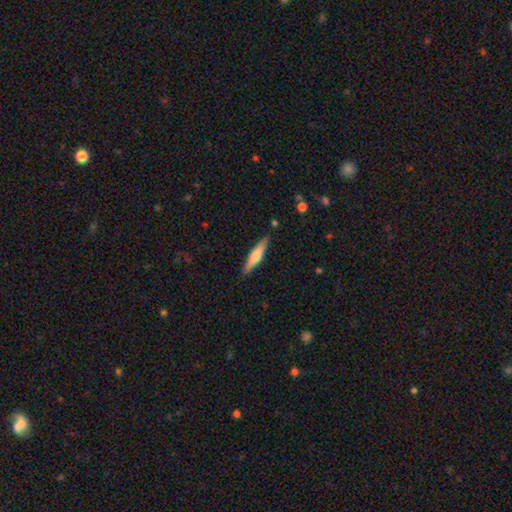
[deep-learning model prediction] smooth 57%, featured or disk 38%, star or artifact 5%. Down the decision tree: how rounded — cigar-shaped (81%); merging — none (87%).